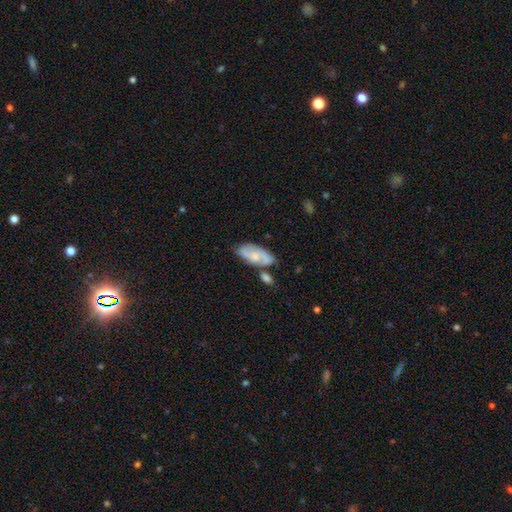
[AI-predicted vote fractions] smooth_or_featured: featured or disk (p=0.49) [alt: smooth p=0.44]
merging: none (p=0.55) [alt: minor disturbance p=0.20]